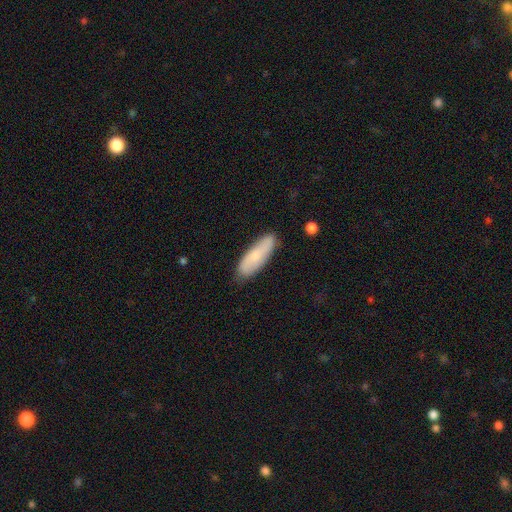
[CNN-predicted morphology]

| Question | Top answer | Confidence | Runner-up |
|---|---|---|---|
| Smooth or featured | smooth | 70% | featured or disk (24%) |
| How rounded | in between | 51% | cigar-shaped (47%) |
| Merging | none | 82% | minor disturbance (14%) |